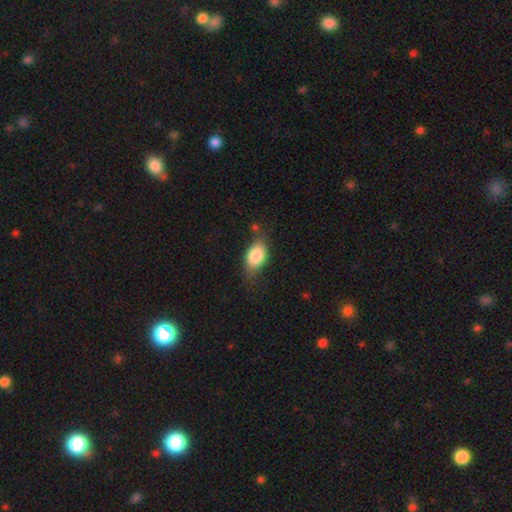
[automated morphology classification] Smooth or featured: smooth — 82% (featured or disk — 11%)
How rounded: in between — 87% (round — 10%)
Merging: none — 58% (minor disturbance — 29%)